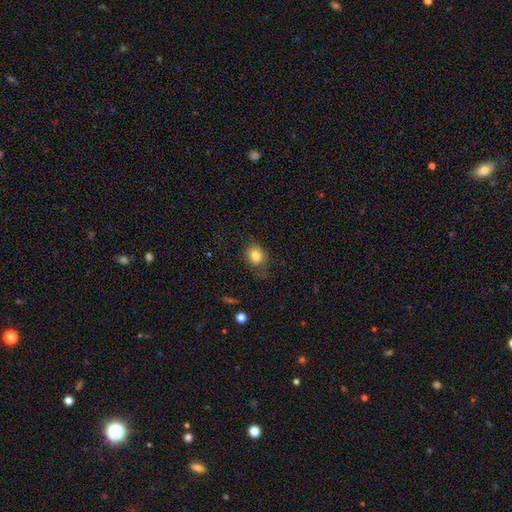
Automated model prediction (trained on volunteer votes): smooth_or_featured: smooth (p=0.80) [alt: star or artifact p=0.11]
how_rounded: round (p=0.69) [alt: in between p=0.30]
merging: none (p=0.66) [alt: minor disturbance p=0.24]